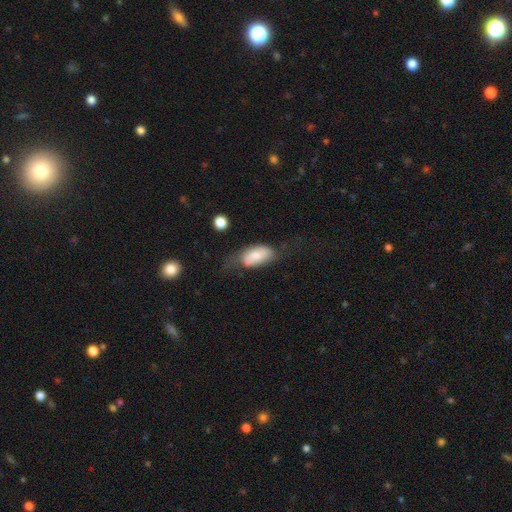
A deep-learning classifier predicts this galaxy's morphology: smooth-or-featured: smooth: 68% | featured or disk: 25% | star or artifact: 7%
  how-rounded: in between: 91% | cigar-shaped: 6% | round: 3%
  merging: none: 40% | minor disturbance: 32% | major disturbance: 25% | merger: 4%